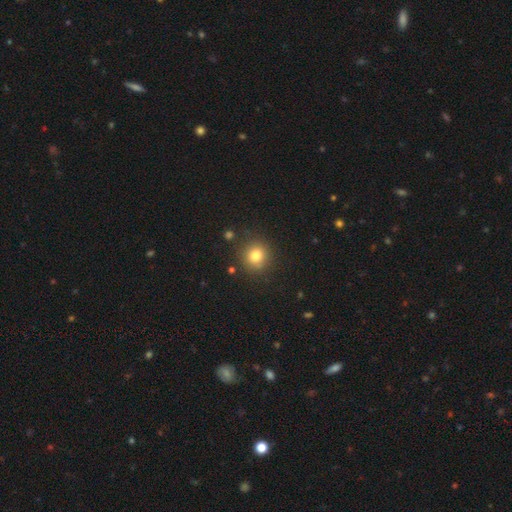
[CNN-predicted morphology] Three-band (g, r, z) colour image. It shows a smooth galaxy with no disk features (81%) that is round (89%). Merging: none (86%).